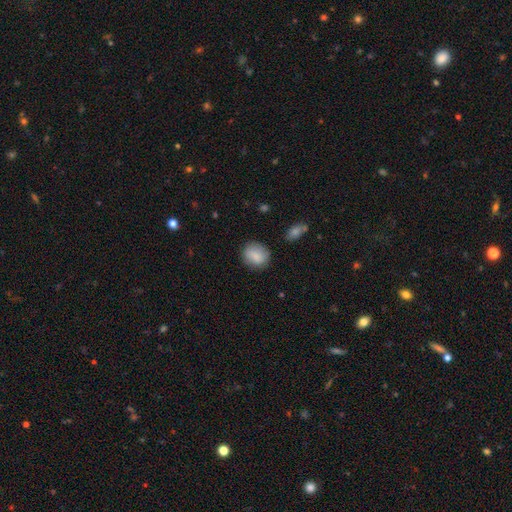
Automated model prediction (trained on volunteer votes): Overall: smooth (83%). How rounded: round (69%). Merging: none (78%).